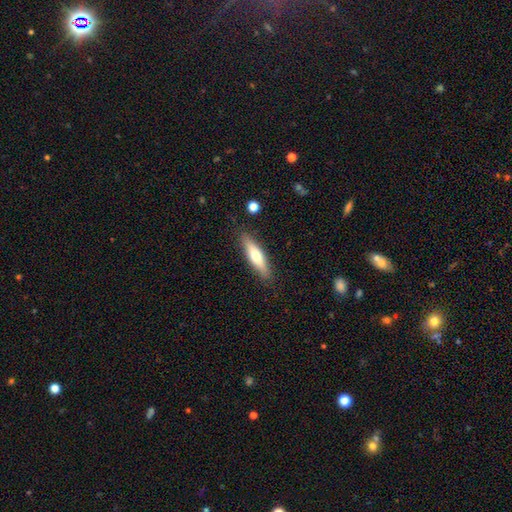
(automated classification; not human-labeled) This appears to be a smooth galaxy with no disk features (59%) that is cigar-shaped (74%). Merging: none (86%).